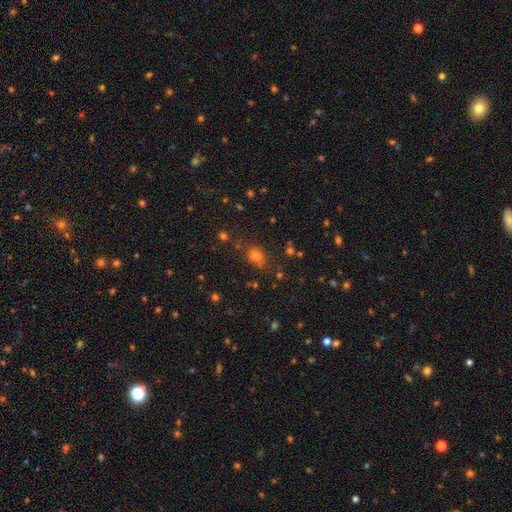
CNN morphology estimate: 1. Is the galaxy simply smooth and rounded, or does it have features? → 69% smooth, 23% star or artifact, 9% featured or disk.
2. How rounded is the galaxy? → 57% round, 42% in between, 1% cigar-shaped.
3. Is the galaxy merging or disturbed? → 74% none, 14% minor disturbance, 6% merger, 5% major disturbance.